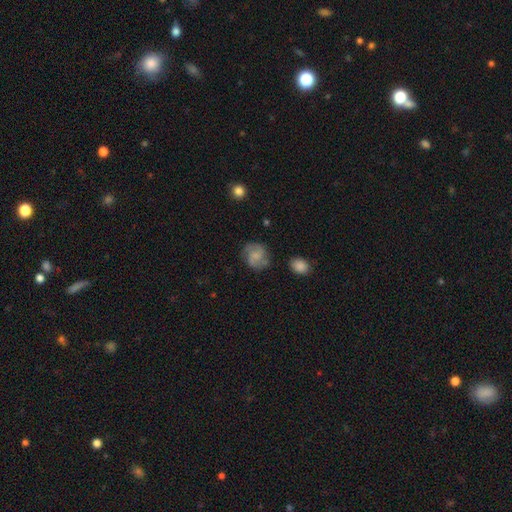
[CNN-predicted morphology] type=featured or disk (51%); edge-on=no (98%); merging=none (72%).